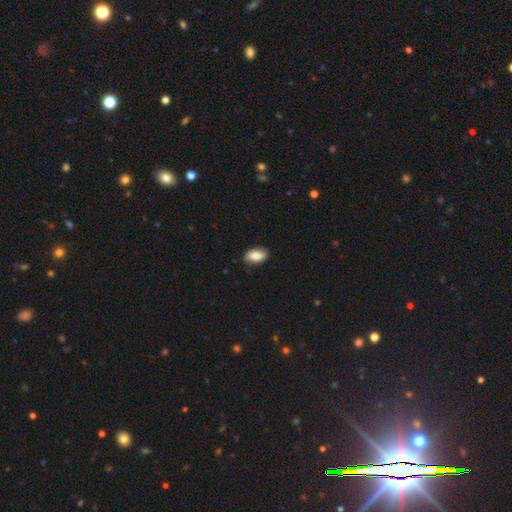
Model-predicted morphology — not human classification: Overall: smooth (84%). How rounded: in between (92%). Merging: none (85%).